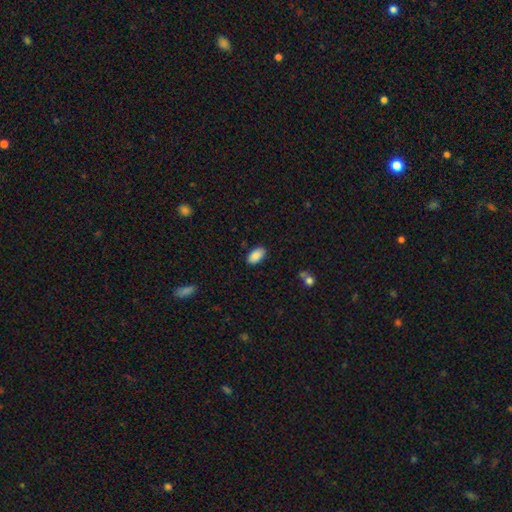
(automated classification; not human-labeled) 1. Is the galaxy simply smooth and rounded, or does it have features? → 88% smooth, 7% star or artifact, 5% featured or disk.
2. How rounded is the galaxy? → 94% in between, 3% cigar-shaped, 3% round.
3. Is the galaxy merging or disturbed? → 86% none, 10% minor disturbance, 2% major disturbance, 1% merger.